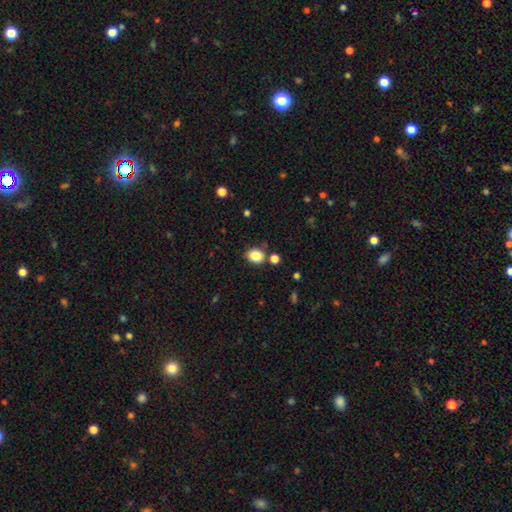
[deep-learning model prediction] Morphology: type=smooth (85%); roundness=round (54%); merging=none (79%).